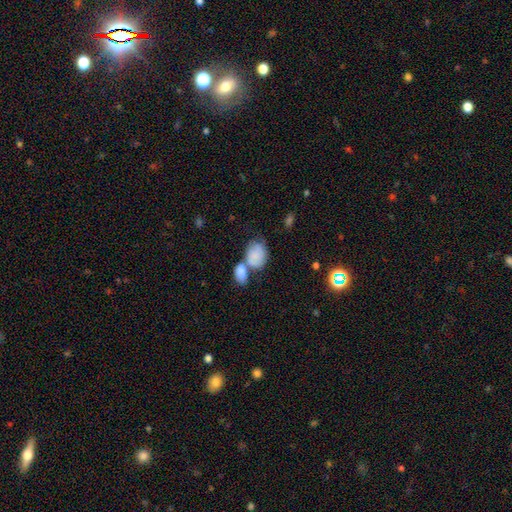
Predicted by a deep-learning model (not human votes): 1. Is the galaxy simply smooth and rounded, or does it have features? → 74% smooth, 19% featured or disk, 7% star or artifact.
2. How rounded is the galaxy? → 73% in between, 26% round, 2% cigar-shaped.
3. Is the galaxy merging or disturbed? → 54% merger, 25% none, 14% minor disturbance, 8% major disturbance.